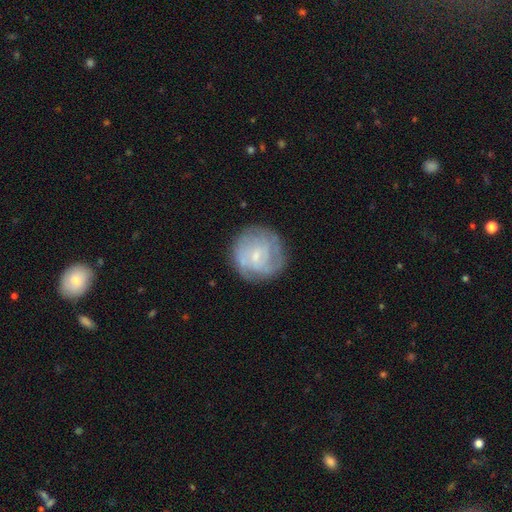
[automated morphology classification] smooth_or_featured: featured or disk (p=0.60) [alt: smooth p=0.33]
disk_edge_on: no (p=0.98) [alt: yes p=0.02]
bar: no (p=0.52) [alt: weak p=0.42]
has_spiral_arms: yes (p=0.75) [alt: no p=0.25]
bulge_size: small (p=0.67) [alt: moderate p=0.22]
merging: none (p=0.76) [alt: minor disturbance p=0.16]